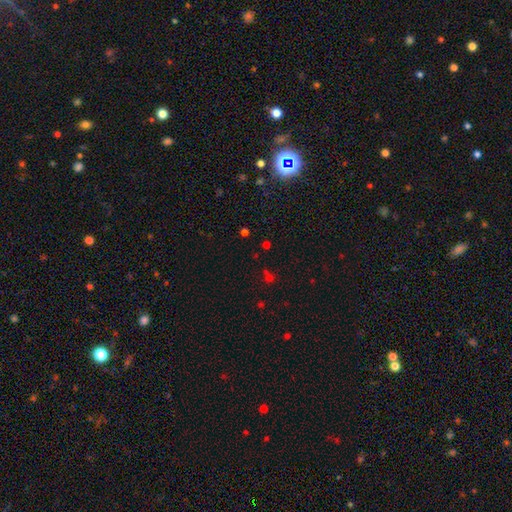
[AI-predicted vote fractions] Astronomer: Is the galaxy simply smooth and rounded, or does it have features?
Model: star or artifact — 54% (runner-up: smooth, 39%).